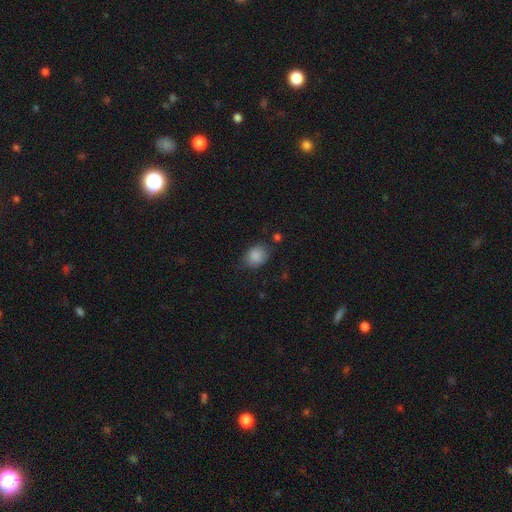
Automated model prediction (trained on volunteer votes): smooth 87%, star or artifact 8%, featured or disk 4%. Down the decision tree: how rounded — in between (56%); merging — none (72%).